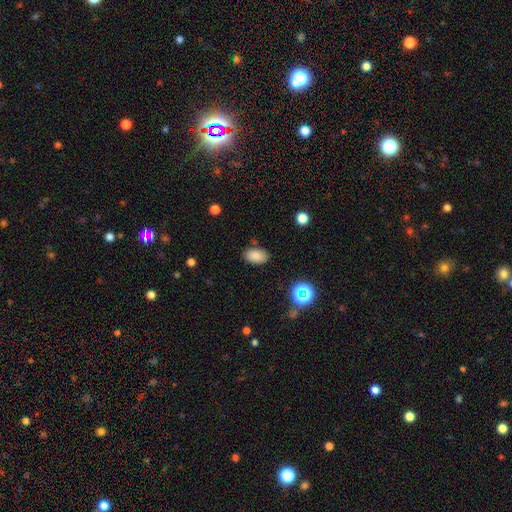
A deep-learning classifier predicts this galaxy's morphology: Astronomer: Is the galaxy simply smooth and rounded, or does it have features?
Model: smooth — 83%.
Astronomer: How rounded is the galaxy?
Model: in between — 91%.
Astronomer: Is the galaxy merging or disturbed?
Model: none — 84%.